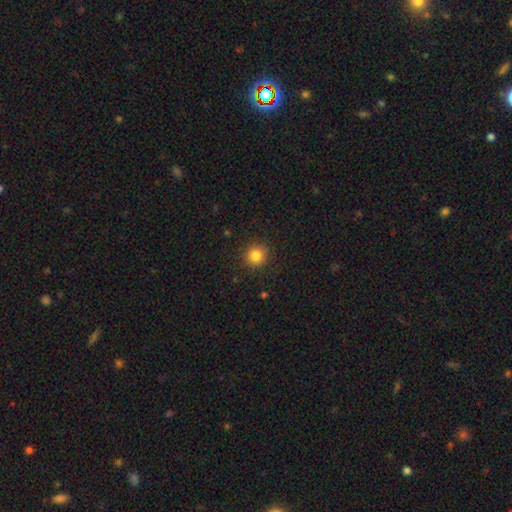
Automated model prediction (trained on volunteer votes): Q: Smooth or featured?
A: smooth (84%); runner-up: star or artifact (12%)
Q: How rounded?
A: round (93%); runner-up: in between (6%)
Q: Merging?
A: none (91%); runner-up: minor disturbance (6%)